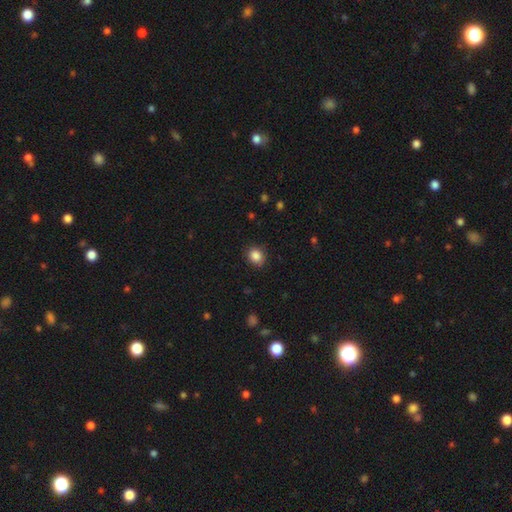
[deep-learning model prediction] Smooth or featured: smooth — 87% (star or artifact — 9%)
How rounded: round — 67% (in between — 32%)
Merging: none — 87% (minor disturbance — 10%)